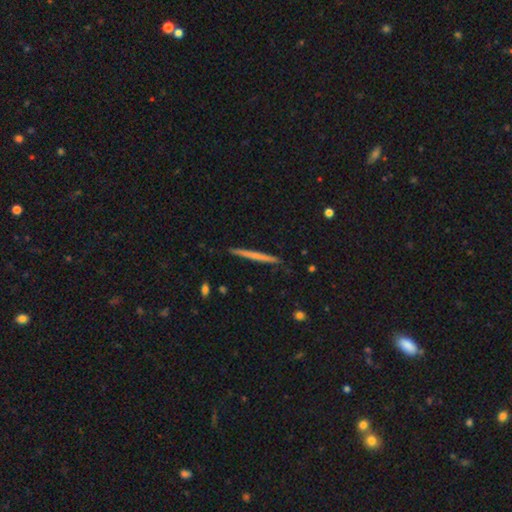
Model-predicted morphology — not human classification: This appears to be a smooth galaxy with no disk features (50%). Merging: none (91%).